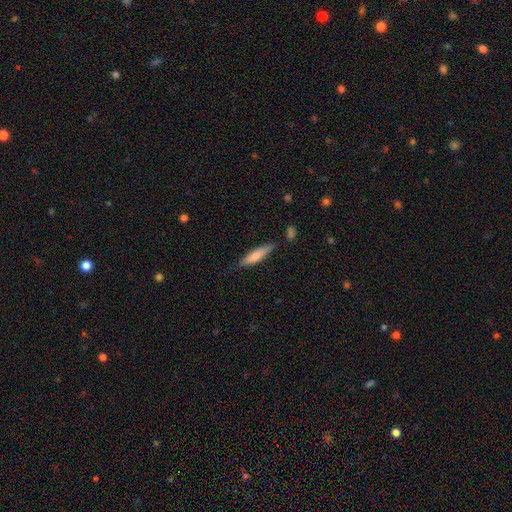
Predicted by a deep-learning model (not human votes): Smooth or featured? smooth (73%)
How rounded? cigar-shaped (79%)
Merging? none (77%)